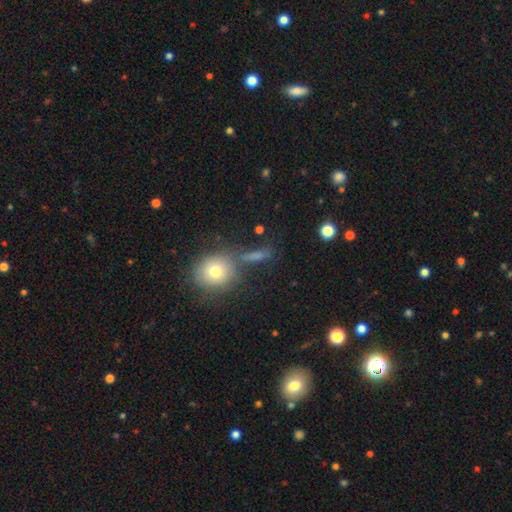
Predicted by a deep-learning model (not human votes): The model was most divided on "how rounded": round: 37%, in between: 36%, cigar-shaped: 27%. More confident: merging — none (65%); smooth or featured — smooth (54%).